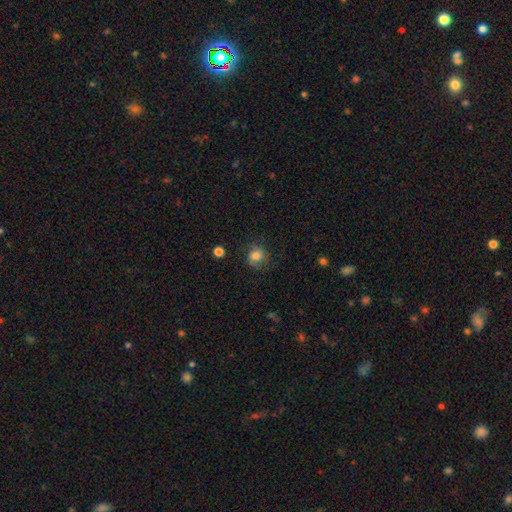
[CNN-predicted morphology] A smooth galaxy with no disk features (74%) that is round (79%). Merging: none (67%).